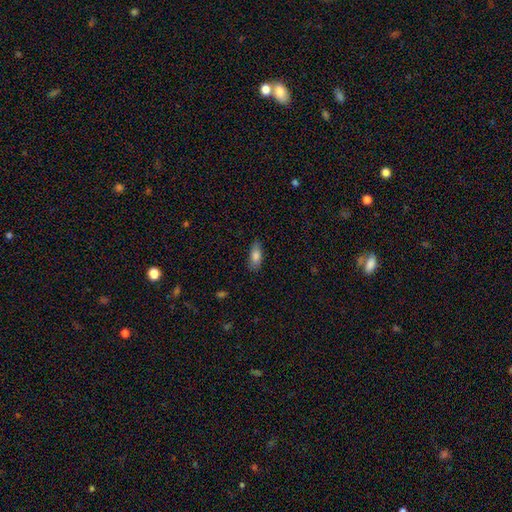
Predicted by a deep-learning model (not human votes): Q: Smooth or featured?
A: smooth (83%); runner-up: featured or disk (9%)
Q: How rounded?
A: in between (78%); runner-up: cigar-shaped (20%)
Q: Merging?
A: none (82%); runner-up: minor disturbance (13%)